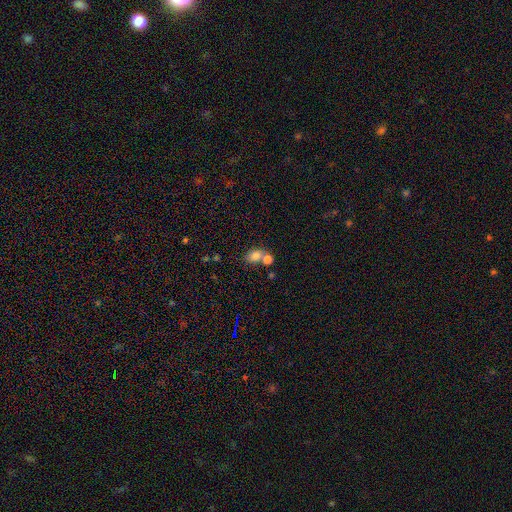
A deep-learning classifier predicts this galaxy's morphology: This is likely a smooth galaxy (79%). How rounded: likely in between (65%). Merging: marginally merger (45%).